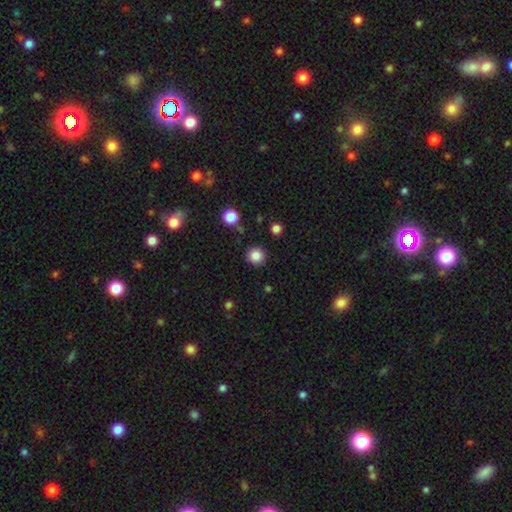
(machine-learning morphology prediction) A smooth galaxy with no disk features (85%) that is round (95%). Merging: none (90%).